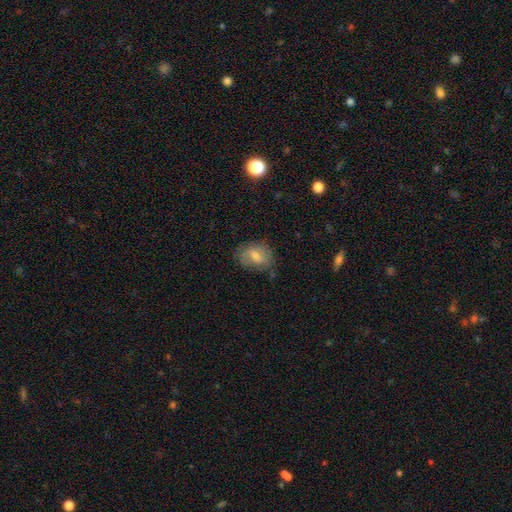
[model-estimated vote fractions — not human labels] This appears to be a smooth galaxy with no disk features (59%) that is in between round and cigar-shaped (76%). Merging: none (63%).